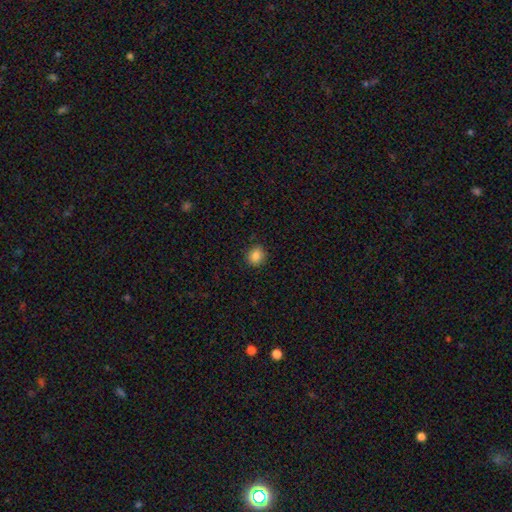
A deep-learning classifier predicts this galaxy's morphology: smooth 86%, star or artifact 10%, featured or disk 4%. Down the decision tree: how rounded — round (77%); merging — none (89%).